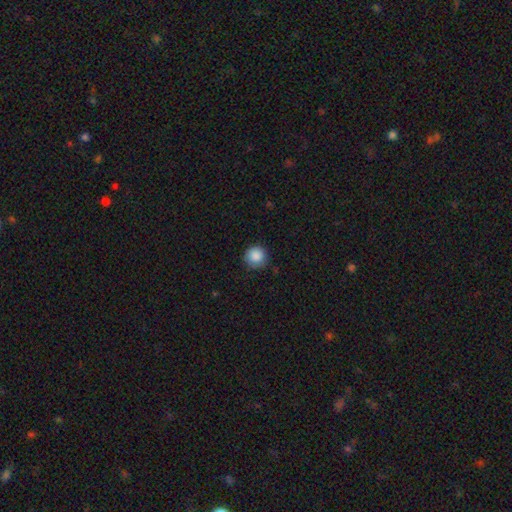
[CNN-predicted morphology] Smooth or featured? Predicted: smooth (p=0.88). How rounded? Predicted: round (p=0.95). Merging? Predicted: none (p=0.84).